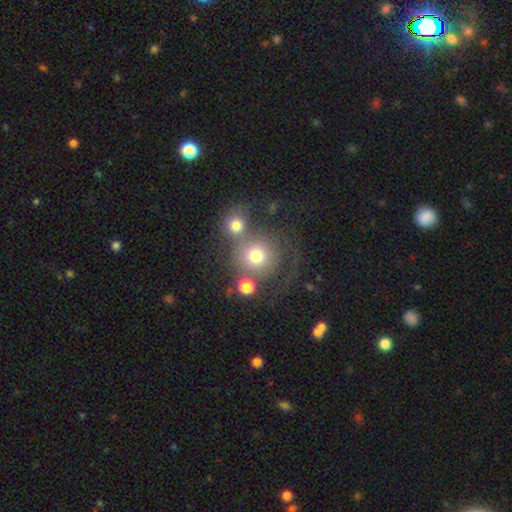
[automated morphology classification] This appears to be a smooth galaxy with no disk features (66%) that is round (89%). Merging: merger (44%).